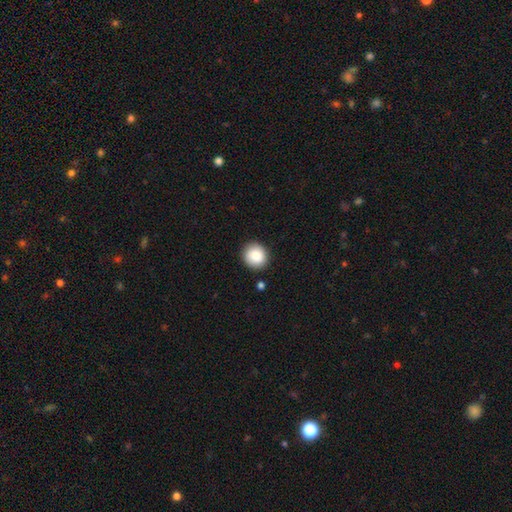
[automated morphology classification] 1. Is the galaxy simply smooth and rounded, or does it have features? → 87% smooth, 8% star or artifact, 5% featured or disk.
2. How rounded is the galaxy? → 87% round, 12% in between, 1% cigar-shaped.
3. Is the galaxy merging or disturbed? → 89% none, 7% minor disturbance, 2% major disturbance, 2% merger.